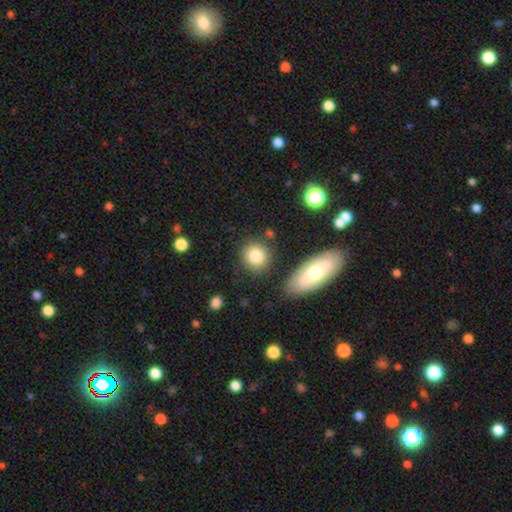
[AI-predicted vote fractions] Morphology: type=smooth (83%); roundness=round (82%); merging=none (82%).